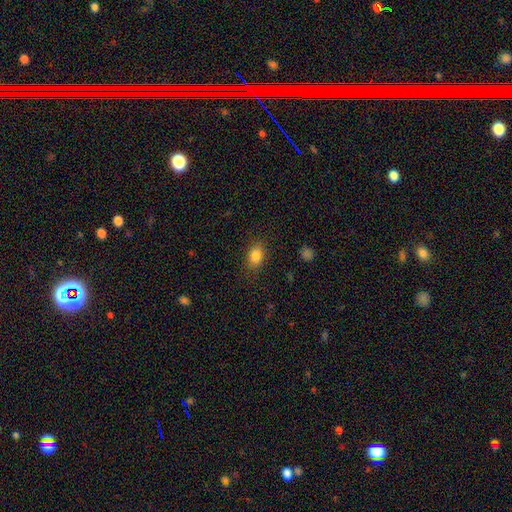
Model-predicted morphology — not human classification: This is clearly a smooth galaxy (84%). How rounded: clearly in between (81%). Merging: clearly none (84%).